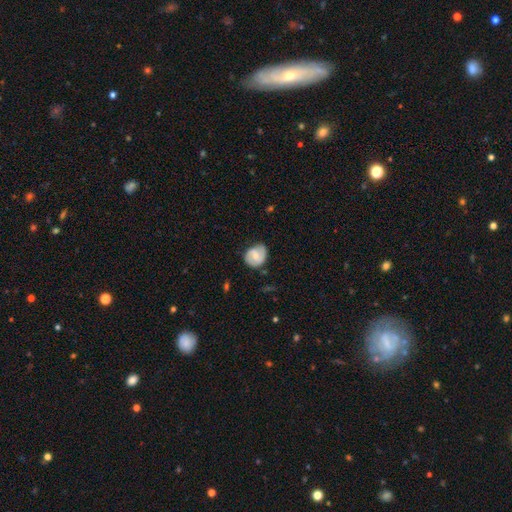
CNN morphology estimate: This is likely a featured or disk galaxy (61%). It is clearly not viewed edge-on (98%). Bar: possibly weak (51%). Spiral arm pattern: clearly yes (88%). Spiral arm count: likely 2 (79%). Spiral winding: marginally medium (43%). Central bulge: possibly moderate (47%). Merging: likely none (69%).